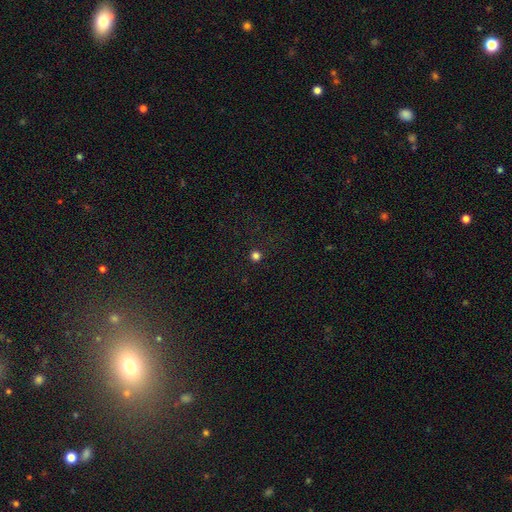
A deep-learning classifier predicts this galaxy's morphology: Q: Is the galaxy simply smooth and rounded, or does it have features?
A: smooth — 77%.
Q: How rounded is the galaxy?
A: round — 94%.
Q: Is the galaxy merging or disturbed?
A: none — 91%.